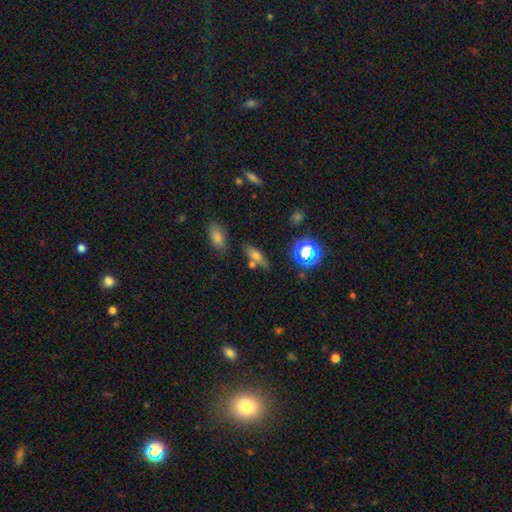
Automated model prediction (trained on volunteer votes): A smooth galaxy with no disk features (62%) that is in between round and cigar-shaped (49%).

Vote fractions:
- Smooth or featured? smooth: 62% / featured or disk: 21% / star or artifact: 17%
- How rounded? in between: 49% / cigar-shaped: 42% / round: 9%
- Merging? none: 63% / merger: 17% / minor disturbance: 15% / major disturbance: 5%